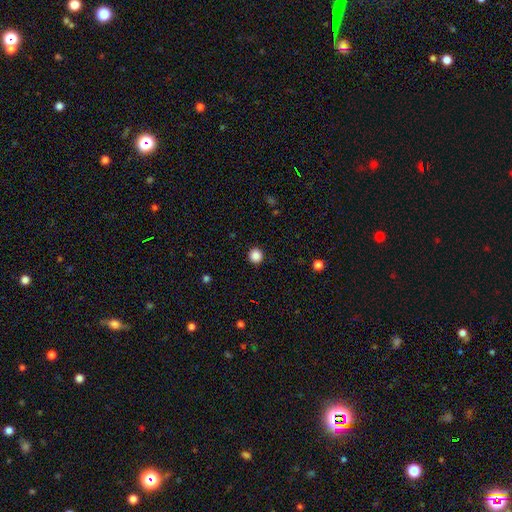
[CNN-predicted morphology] Smooth or featured: smooth — 87% (star or artifact — 10%)
How rounded: round — 93% (in between — 6%)
Merging: none — 92% (minor disturbance — 5%)